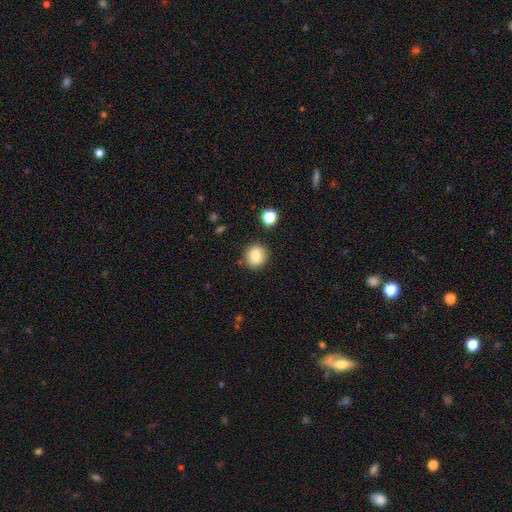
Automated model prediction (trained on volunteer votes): smooth_or_featured: smooth (p=0.83) [alt: star or artifact p=0.10]
how_rounded: round (p=0.75) [alt: in between p=0.24]
merging: none (p=0.83) [alt: minor disturbance p=0.11]